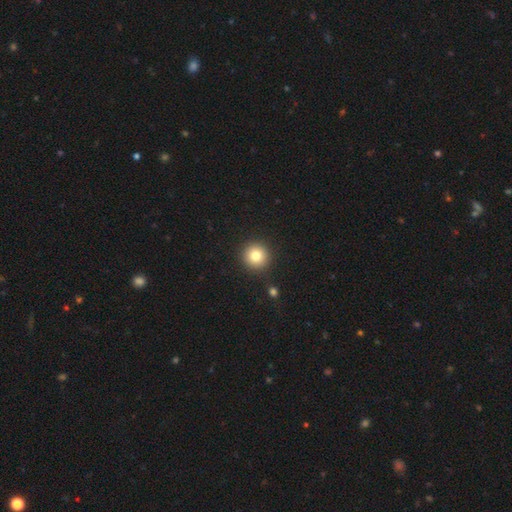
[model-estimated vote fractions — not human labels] Smooth or featured: smooth — 81% (star or artifact — 11%)
How rounded: round — 95% (in between — 4%)
Merging: none — 91% (minor disturbance — 6%)